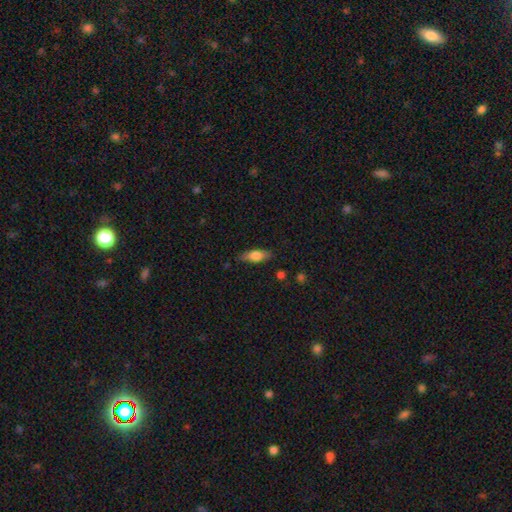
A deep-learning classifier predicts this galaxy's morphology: A smooth galaxy with no disk features (67%) that is in between round and cigar-shaped (65%). Merging: none (82%).